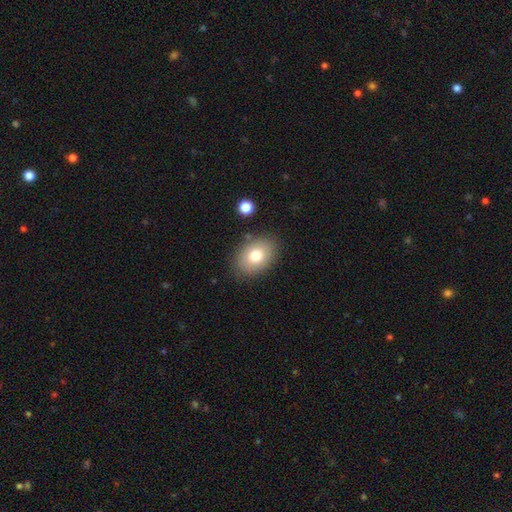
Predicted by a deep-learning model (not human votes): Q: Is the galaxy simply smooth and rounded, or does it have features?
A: smooth — 76%.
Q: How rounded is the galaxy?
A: in between — 75%.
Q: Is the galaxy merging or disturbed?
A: none — 83%.